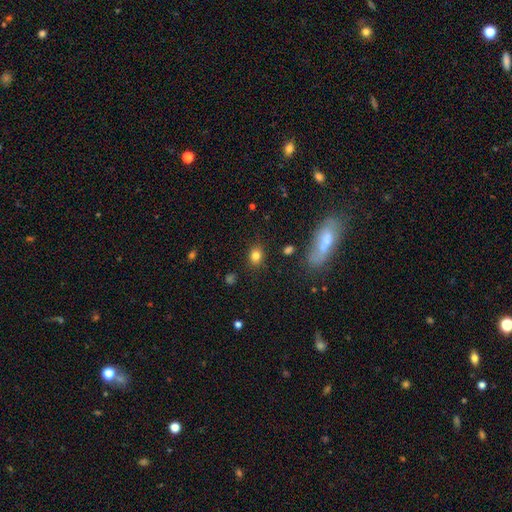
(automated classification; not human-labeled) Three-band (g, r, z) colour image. It shows a smooth galaxy with no disk features (82%) that is in between round and cigar-shaped (51%). Merging: none (85%).